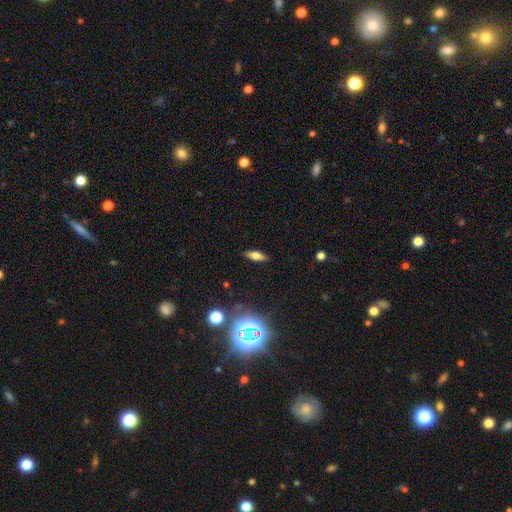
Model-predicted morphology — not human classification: A smooth galaxy with no disk features (63%) that is in between round and cigar-shaped (58%). Merging: none (88%).